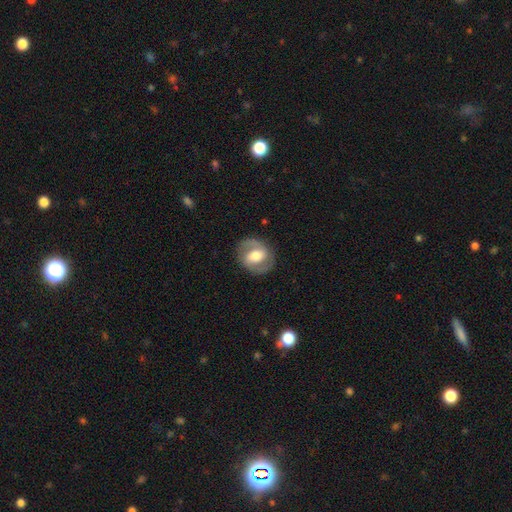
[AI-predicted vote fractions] A featured or disk galaxy (70%) with a weak bar (43%), 2 (89%) medium (51%) spiral arms (83%) and a moderate central bulge (57%). Merging: none (84%).